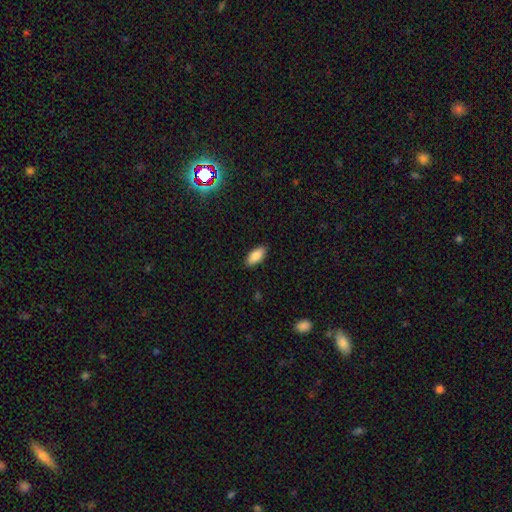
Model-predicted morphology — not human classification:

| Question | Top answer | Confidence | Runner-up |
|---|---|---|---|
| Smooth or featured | smooth | 87% | star or artifact (7%) |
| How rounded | in between | 90% | cigar-shaped (8%) |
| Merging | none | 88% | minor disturbance (9%) |